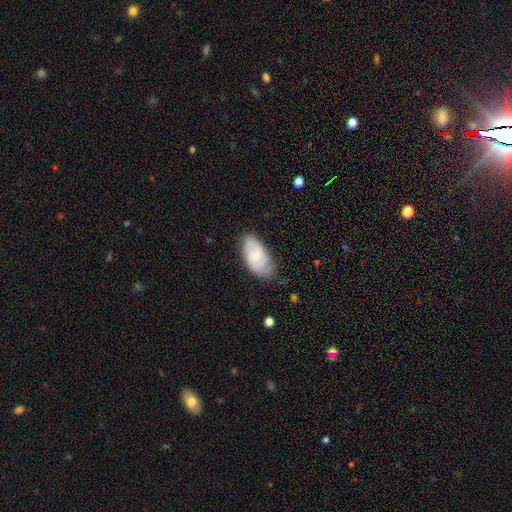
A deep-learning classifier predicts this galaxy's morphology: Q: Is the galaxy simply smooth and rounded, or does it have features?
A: featured or disk — 50%.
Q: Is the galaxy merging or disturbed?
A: none — 68%.